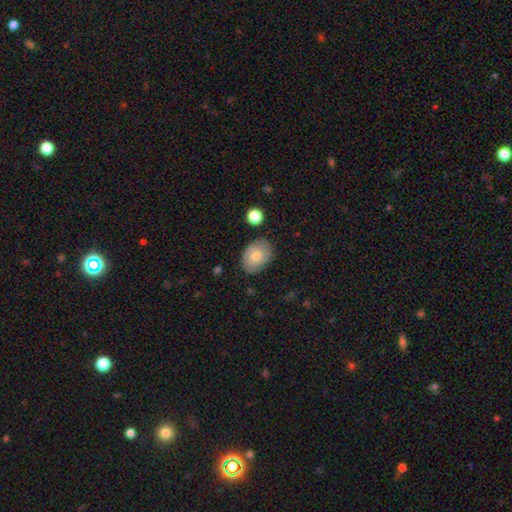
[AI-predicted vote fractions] This is likely a smooth galaxy (74%). How rounded: likely in between (77%). Merging: clearly none (82%).